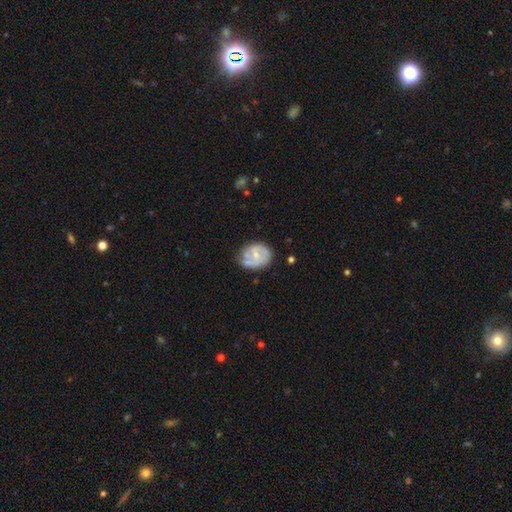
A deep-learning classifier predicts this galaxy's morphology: A featured or disk galaxy (60%) with no bar (56%), spiral arms (62%) and a small central bulge (54%).

Vote fractions:
- Smooth or featured? featured or disk: 60% / smooth: 33% / star or artifact: 6%
- Edge-on disk? no: 97% / yes: 3%
- Bar? no: 56% / weak: 36% / strong: 8%
- Spiral arms? yes: 62% / no: 38%
- Bulge size? small: 54% / moderate: 40% / none: 4% / large: 1% / dominant: 1%
- Merging? none: 52% / minor disturbance: 30% / major disturbance: 12% / merger: 6%